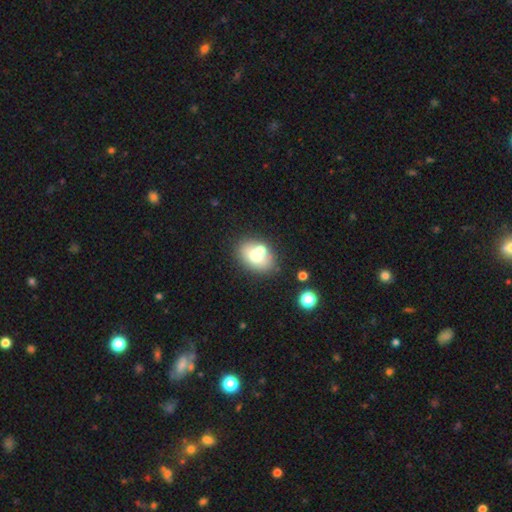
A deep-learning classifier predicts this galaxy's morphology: Smooth or featured?
  - smooth: 63% *
  - featured or disk: 26%
  - star or artifact: 11%
How rounded?
  - in between: 70% *
  - round: 28%
  - cigar-shaped: 1%
Merging?
  - none: 55% *
  - merger: 29%
  - minor disturbance: 11%
  - major disturbance: 4%